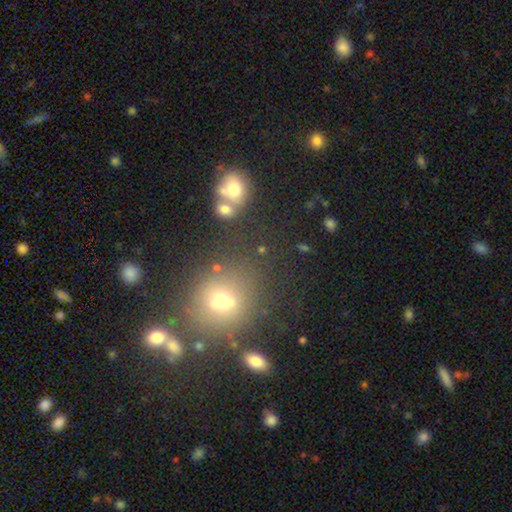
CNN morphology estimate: This is possibly a smooth galaxy (52%). How rounded: likely round (73%). Merging: likely none (74%).